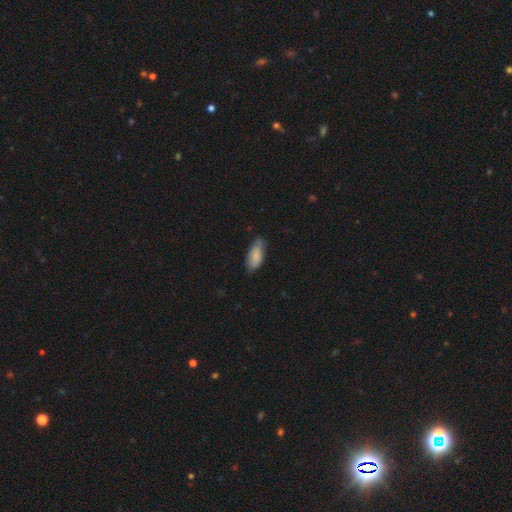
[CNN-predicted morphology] Smooth or featured? smooth (82%)
How rounded? in between (85%)
Merging? none (64%)